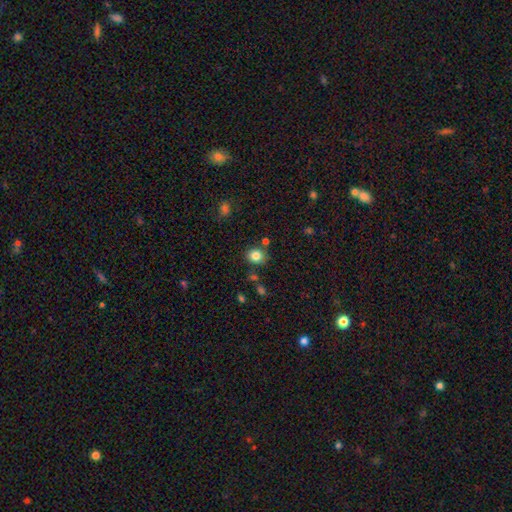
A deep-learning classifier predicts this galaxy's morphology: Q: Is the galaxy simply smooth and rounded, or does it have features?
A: smooth — 83%.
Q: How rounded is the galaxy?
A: round — 72%.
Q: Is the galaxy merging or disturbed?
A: none — 80%.